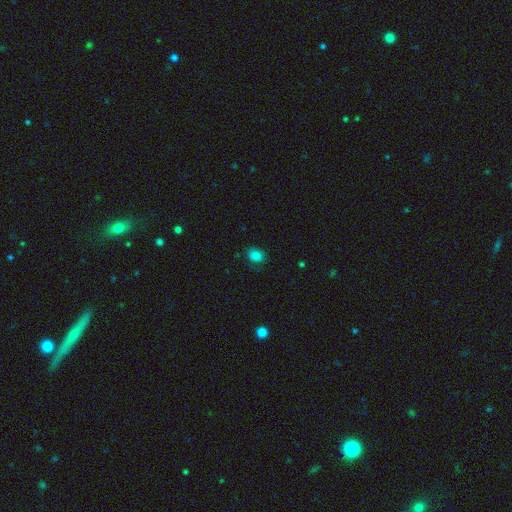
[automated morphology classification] This is likely a smooth galaxy (80%). How rounded: possibly in between (59%). Merging: likely none (73%).